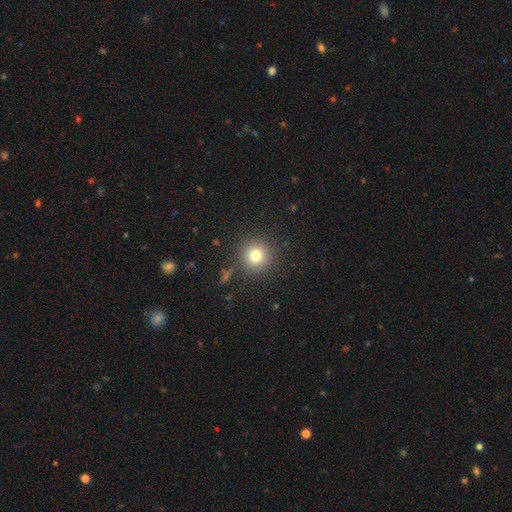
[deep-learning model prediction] smooth_or_featured: smooth (p=0.76) [alt: star or artifact p=0.14]
how_rounded: round (p=0.95) [alt: in between p=0.04]
merging: none (p=0.88) [alt: minor disturbance p=0.07]